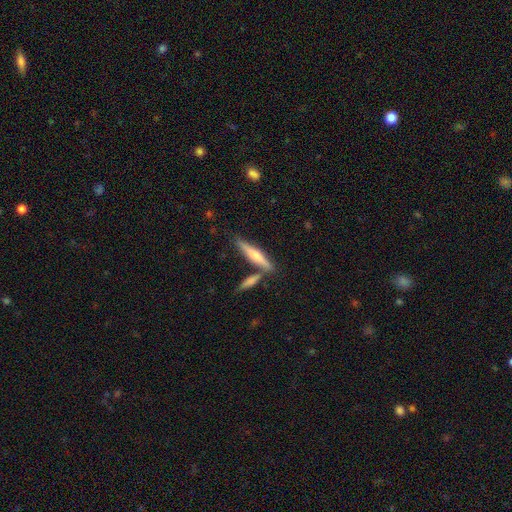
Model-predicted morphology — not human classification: This appears to be a smooth galaxy with no disk features (48%). Merging: none (70%).